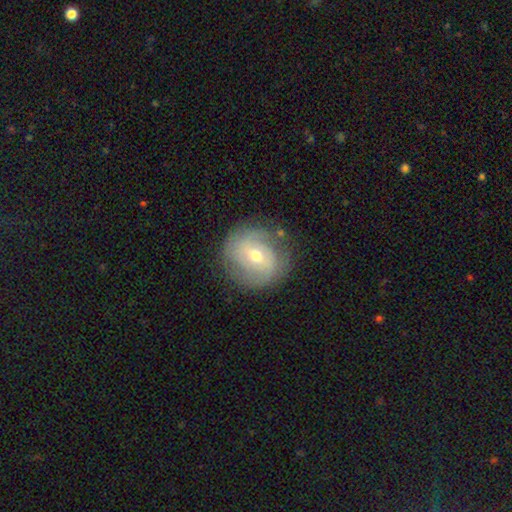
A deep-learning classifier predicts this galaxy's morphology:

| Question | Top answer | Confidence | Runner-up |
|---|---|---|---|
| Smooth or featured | featured or disk | 55% | smooth (37%) |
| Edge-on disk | no | 96% | yes (4%) |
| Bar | no | 47% | weak (41%) |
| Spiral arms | yes | 69% | no (31%) |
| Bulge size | moderate | 65% | small (30%) |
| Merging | none | 75% | minor disturbance (17%) |